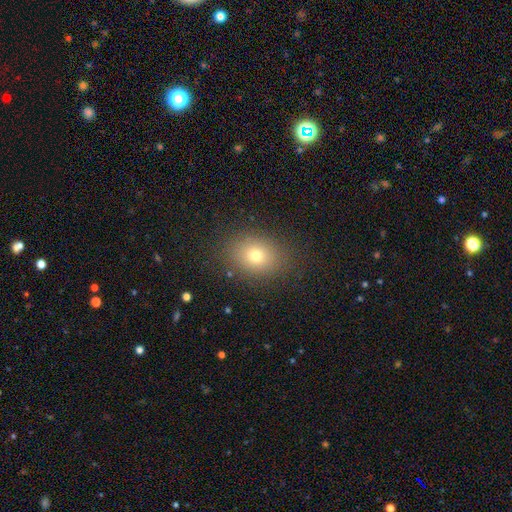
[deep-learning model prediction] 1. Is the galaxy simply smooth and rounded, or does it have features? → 73% smooth, 15% star or artifact, 12% featured or disk.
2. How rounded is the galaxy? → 54% in between, 45% round, 1% cigar-shaped.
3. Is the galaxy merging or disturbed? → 86% none, 9% minor disturbance, 4% major disturbance, 1% merger.